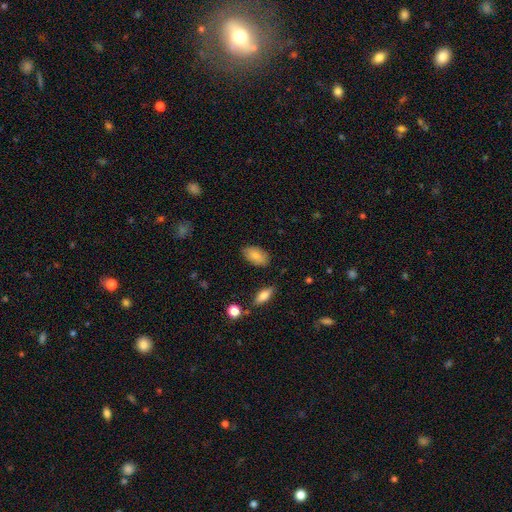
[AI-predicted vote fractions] Smooth or featured? Predicted: smooth (p=0.84). How rounded? Predicted: in between (p=0.93). Merging? Predicted: none (p=0.82).